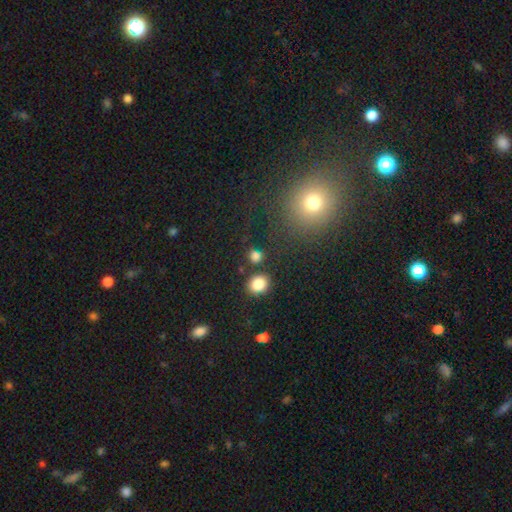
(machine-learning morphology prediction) smooth_or_featured: smooth (p=0.82) [alt: star or artifact p=0.13]
how_rounded: round (p=0.69) [alt: in between p=0.29]
merging: none (p=0.75) [alt: merger p=0.11]